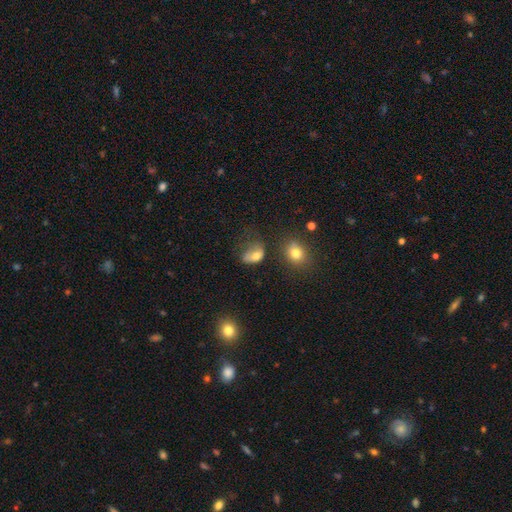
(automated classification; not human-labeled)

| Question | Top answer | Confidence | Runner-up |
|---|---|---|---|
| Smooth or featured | smooth | 69% | featured or disk (19%) |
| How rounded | in between | 74% | round (24%) |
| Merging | major disturbance | 39% | minor disturbance (28%) |